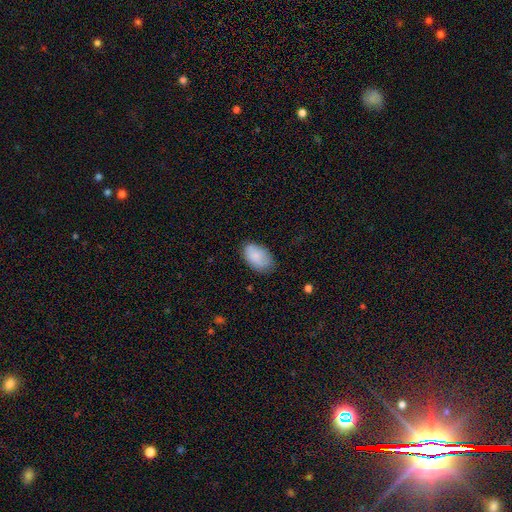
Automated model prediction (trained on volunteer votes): Morphology: type=smooth (79%); roundness=in between (91%); merging=none (68%).